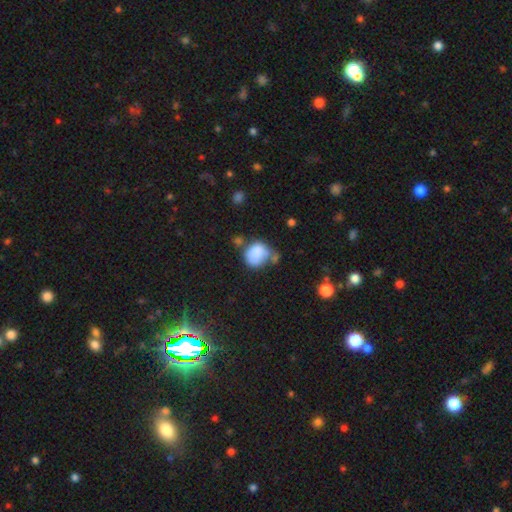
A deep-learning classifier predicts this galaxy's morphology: smooth 80%, featured or disk 11%, star or artifact 9%. Down the decision tree: how rounded — round (58%); merging — none (33%).